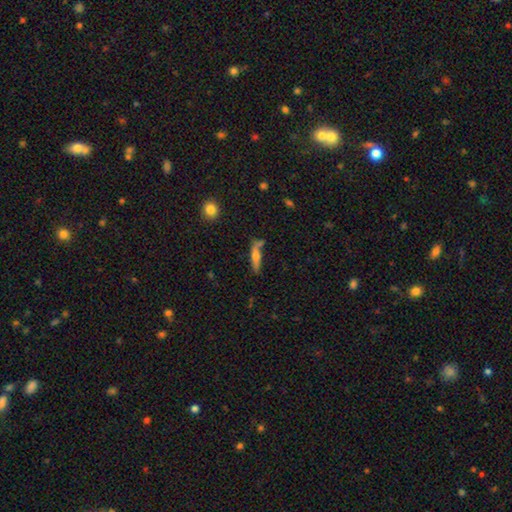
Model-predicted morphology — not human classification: smooth-or-featured: smooth: 58% | featured or disk: 34% | star or artifact: 8%
  how-rounded: cigar-shaped: 73% | in between: 24% | round: 3%
  merging: none: 59% | minor disturbance: 20% | merger: 14% | major disturbance: 7%